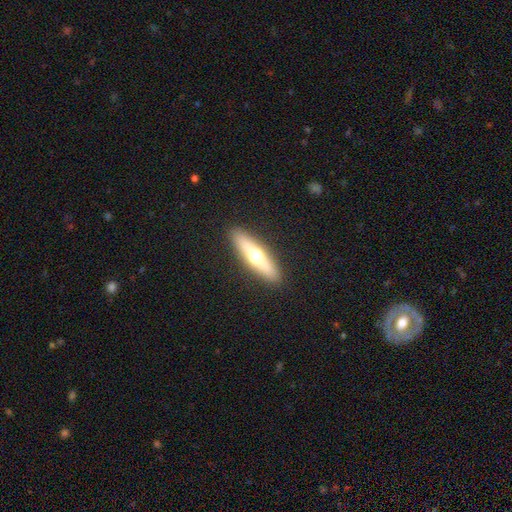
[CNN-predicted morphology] A featured or disk galaxy (48%).

Vote fractions:
- Smooth or featured? featured or disk: 48% / smooth: 47% / star or artifact: 6%
- Merging? none: 91% / minor disturbance: 6% / major disturbance: 2% / merger: 1%